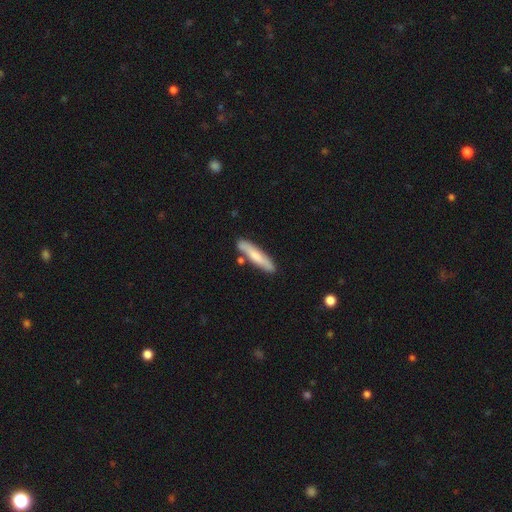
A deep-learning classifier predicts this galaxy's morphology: Smooth or featured? smooth (69%)
How rounded? cigar-shaped (87%)
Merging? none (80%)